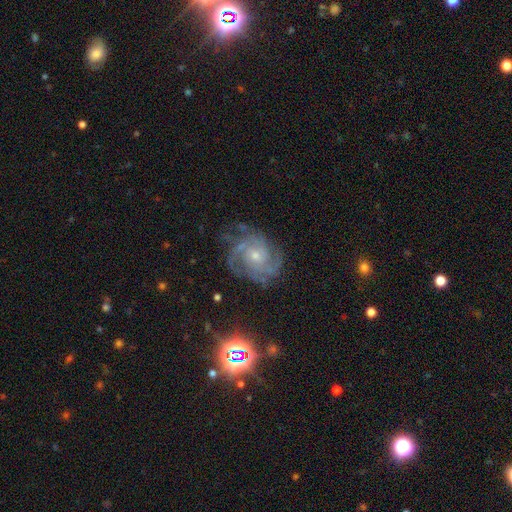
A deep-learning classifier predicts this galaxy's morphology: Q: Smooth or featured?
A: featured or disk (86%); runner-up: star or artifact (8%)
Q: Edge-on disk?
A: no (98%); runner-up: yes (2%)
Q: Bar?
A: no (73%); runner-up: weak (23%)
Q: Spiral arms?
A: yes (97%); runner-up: no (3%)
Q: Spiral winding?
A: tight (57%); runner-up: medium (36%)
Q: Spiral arm count?
A: 3 (28%); runner-up: 4 (22%)
Q: Bulge size?
A: small (61%); runner-up: moderate (35%)
Q: Merging?
A: none (72%); runner-up: minor disturbance (18%)